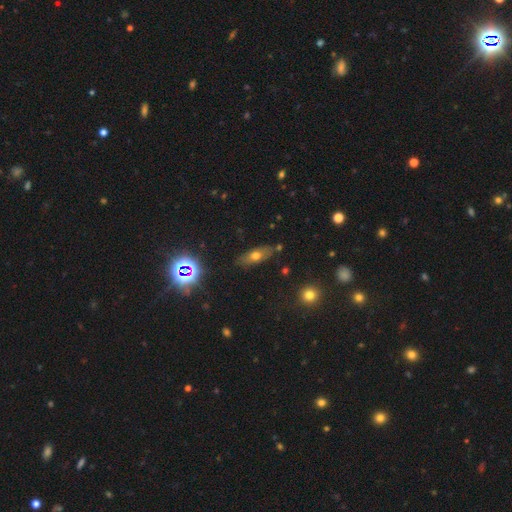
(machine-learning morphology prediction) A smooth galaxy with no disk features (56%) that is in between round and cigar-shaped (67%). Merging: none (79%).